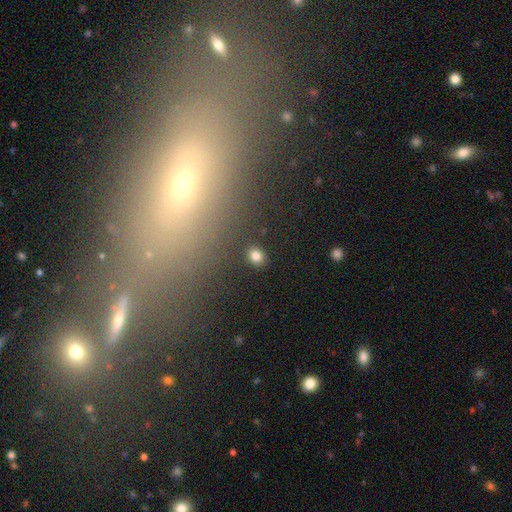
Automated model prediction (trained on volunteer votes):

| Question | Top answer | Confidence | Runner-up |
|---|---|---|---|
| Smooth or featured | smooth | 81% | star or artifact (14%) |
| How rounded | round | 65% | in between (34%) |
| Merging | none | 88% | minor disturbance (7%) |